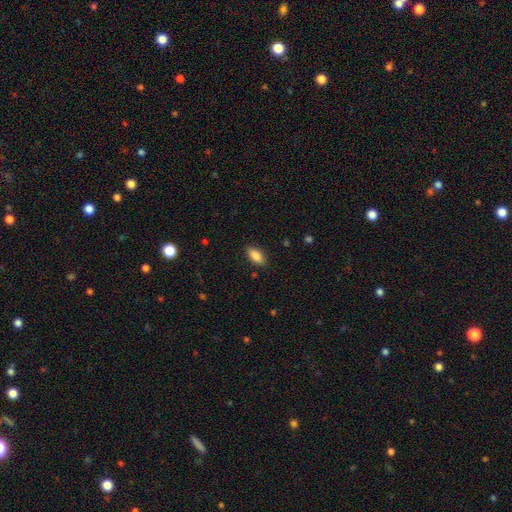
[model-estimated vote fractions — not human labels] This appears to be a smooth galaxy with no disk features (86%) that is in between round and cigar-shaped (88%). Merging: none (88%).